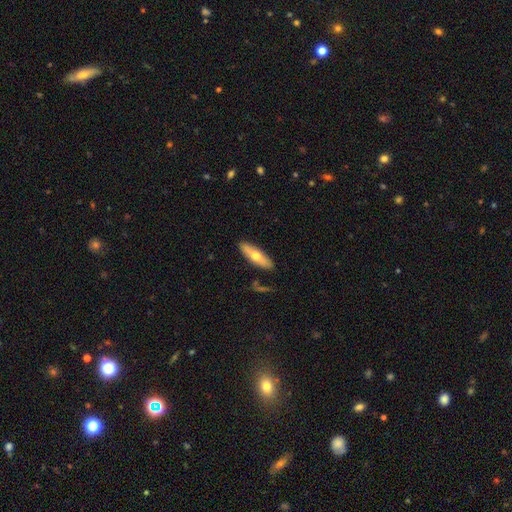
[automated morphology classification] type=smooth (55%); roundness=cigar-shaped (54%); merging=none (86%).